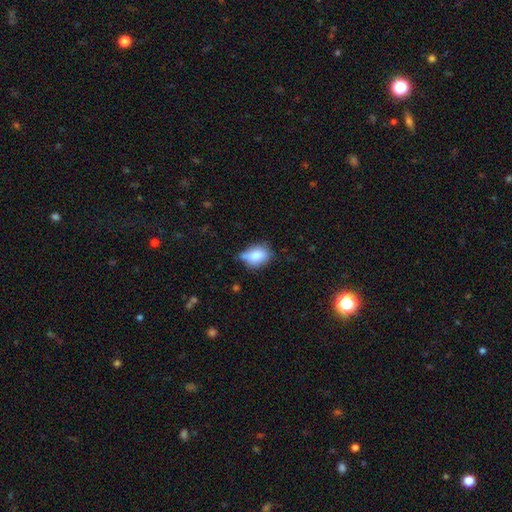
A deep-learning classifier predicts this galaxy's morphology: Smooth or featured? smooth (75%)
How rounded? in between (74%)
Merging? none (49%)